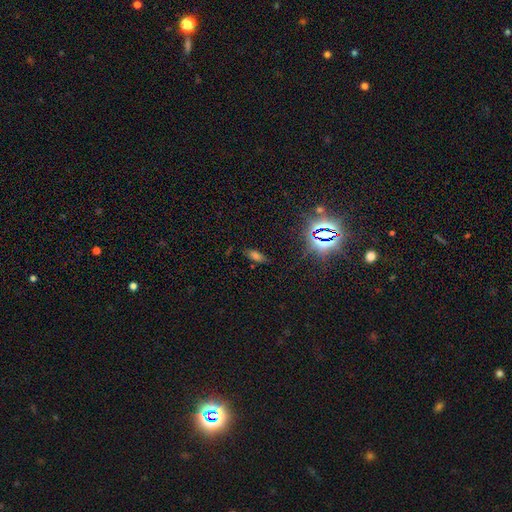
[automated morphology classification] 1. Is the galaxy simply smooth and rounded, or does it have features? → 44% smooth, 43% star or artifact, 14% featured or disk.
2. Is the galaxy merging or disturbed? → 81% none, 12% minor disturbance, 4% major disturbance, 2% merger.